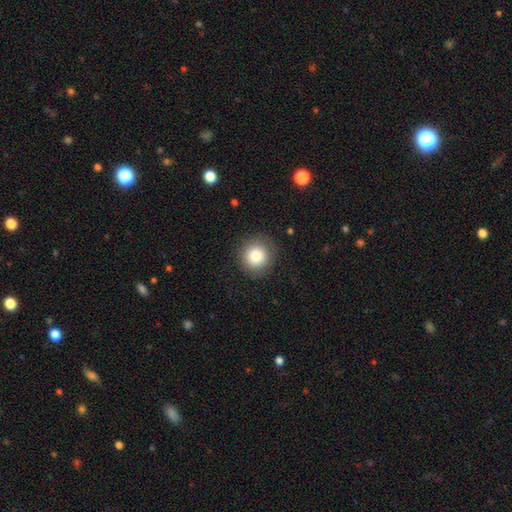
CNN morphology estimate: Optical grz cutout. It shows a smooth galaxy with no disk features (84%) that is round (93%). Merging: none (87%).